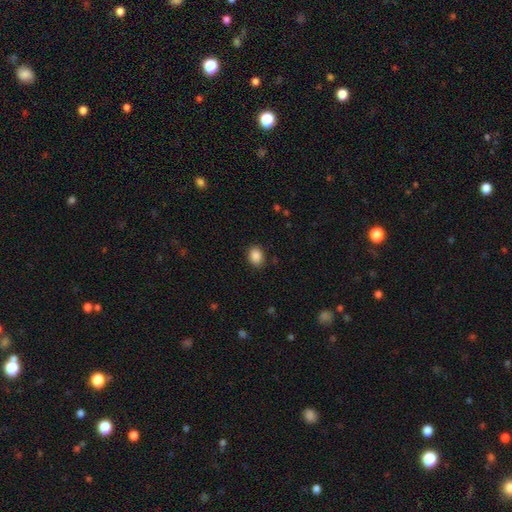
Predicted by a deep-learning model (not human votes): Smooth or featured? Predicted: smooth (p=0.88). How rounded? Predicted: in between (p=0.62). Merging? Predicted: none (p=0.88).